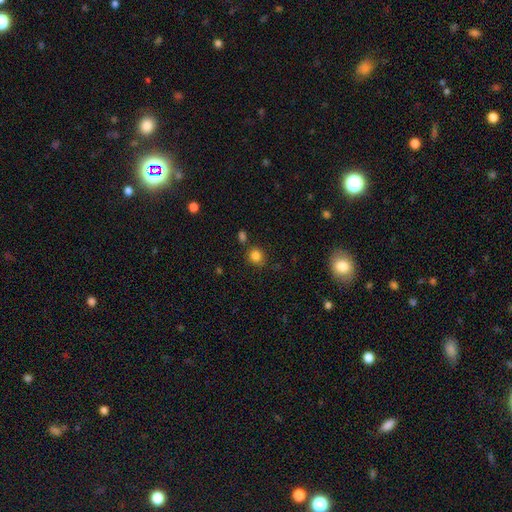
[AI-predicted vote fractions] This is clearly a smooth galaxy (83%). How rounded: clearly round (87%). Merging: likely none (80%).